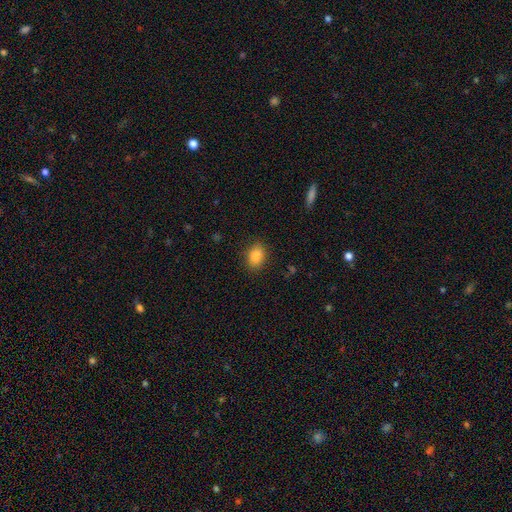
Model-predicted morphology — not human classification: Smooth or featured? Predicted: smooth (p=0.86). How rounded? Predicted: in between (p=0.66). Merging? Predicted: none (p=0.85).